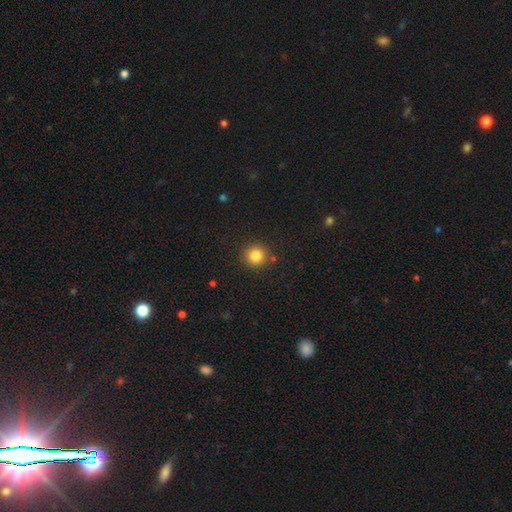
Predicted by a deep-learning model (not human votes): Smooth or featured: smooth — 83% (star or artifact — 12%)
How rounded: round — 94% (in between — 6%)
Merging: none — 89% (minor disturbance — 6%)